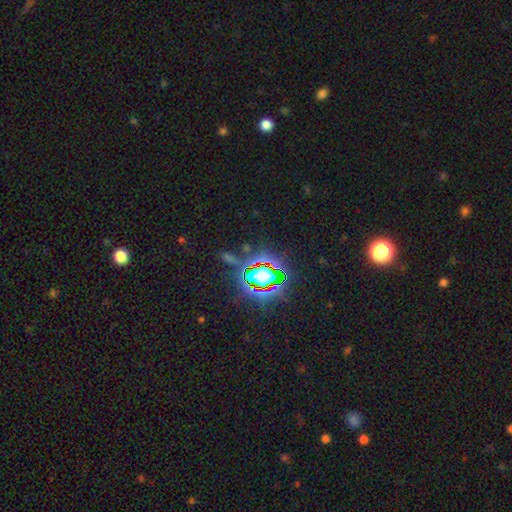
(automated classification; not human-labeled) This is clearly a star or artifact rather than a galaxy (80%).